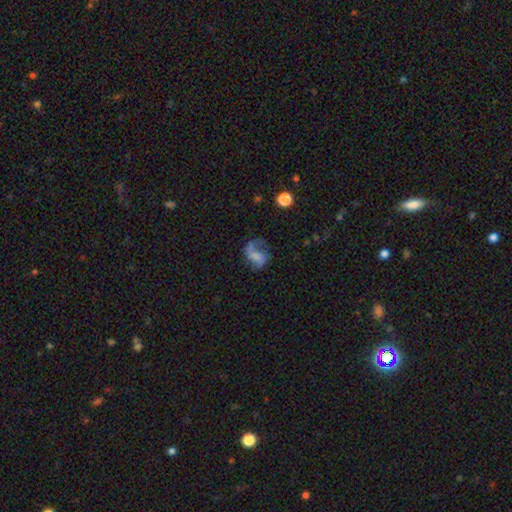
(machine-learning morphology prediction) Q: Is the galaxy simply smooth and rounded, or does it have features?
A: featured or disk — 50%.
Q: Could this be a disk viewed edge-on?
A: no — 97%.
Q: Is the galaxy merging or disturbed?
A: major disturbance — 41%.